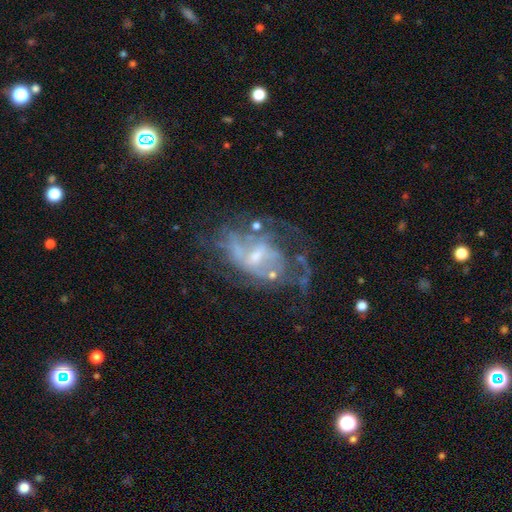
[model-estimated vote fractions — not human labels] featured or disk 77%, smooth 12%, star or artifact 11%. Down the decision tree: edge-on disk — no (97%); bar — weak (44%, tied with no); spiral arms — yes (65%); bulge size — small (57%); merging — none (41%).